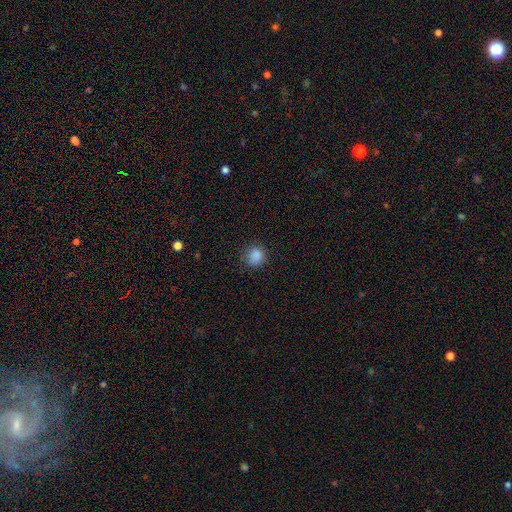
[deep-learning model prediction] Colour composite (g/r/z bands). It shows a smooth galaxy with no disk features (87%) that is round (89%). Merging: none (84%).